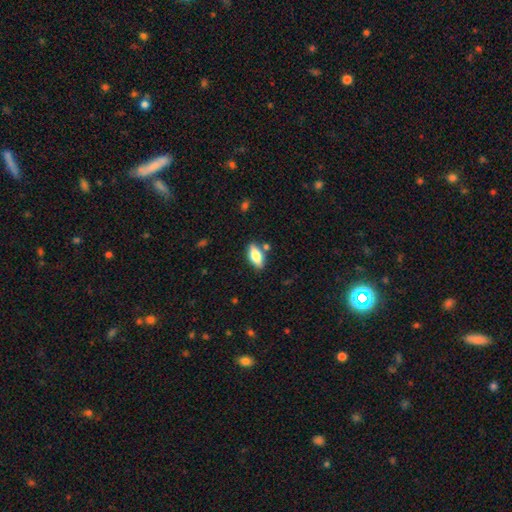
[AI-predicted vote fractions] smooth-or-featured: smooth: 72% | featured or disk: 21% | star or artifact: 7%
  how-rounded: in between: 84% | cigar-shaped: 13% | round: 3%
  merging: none: 80% | minor disturbance: 12% | merger: 5% | major disturbance: 3%